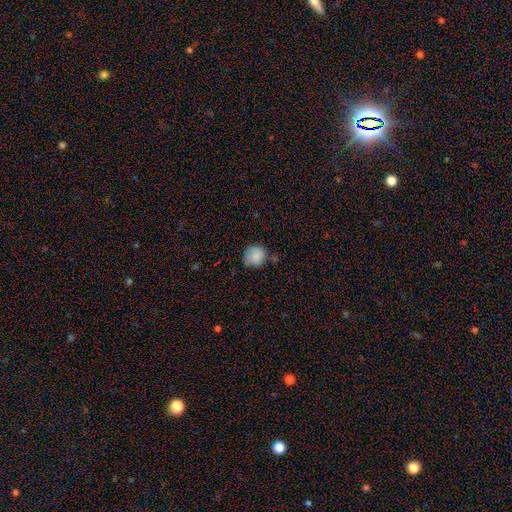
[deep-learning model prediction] A smooth galaxy with no disk features (84%) that is round (85%).

Vote fractions:
- Smooth or featured? smooth: 84% / featured or disk: 8% / star or artifact: 8%
- How rounded? round: 85% / in between: 14% / cigar-shaped: 1%
- Merging? none: 63% / minor disturbance: 26% / major disturbance: 6% / merger: 4%